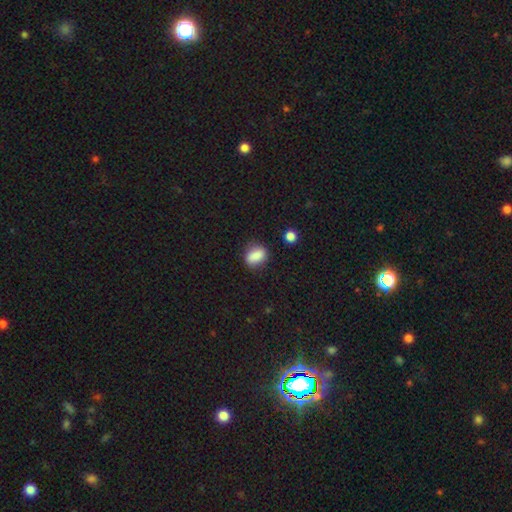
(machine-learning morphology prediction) Smooth or featured: smooth — 85% (star or artifact — 9%)
How rounded: in between — 71% (round — 24%)
Merging: none — 78% (minor disturbance — 15%)